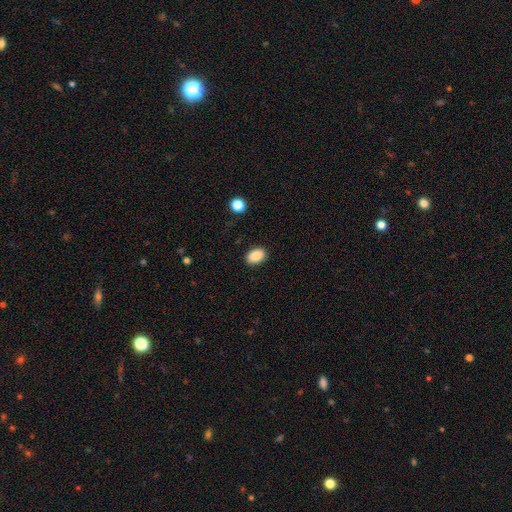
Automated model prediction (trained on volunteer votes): smooth_or_featured: smooth (p=0.88) [alt: star or artifact p=0.08]
how_rounded: in between (p=0.85) [alt: round p=0.13]
merging: none (p=0.89) [alt: minor disturbance p=0.08]